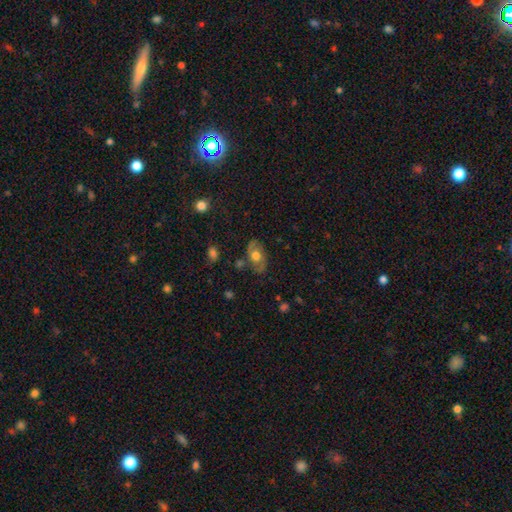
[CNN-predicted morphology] smooth_or_featured: featured or disk (p=0.49) [alt: smooth p=0.43]
merging: none (p=0.73) [alt: minor disturbance p=0.18]